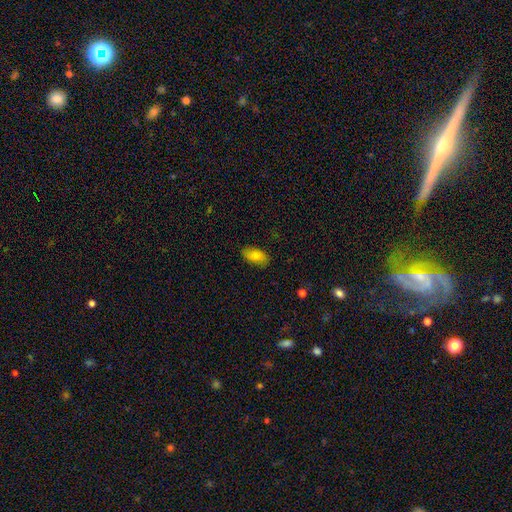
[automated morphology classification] Smooth or featured? smooth (79%)
How rounded? in between (93%)
Merging? none (84%)